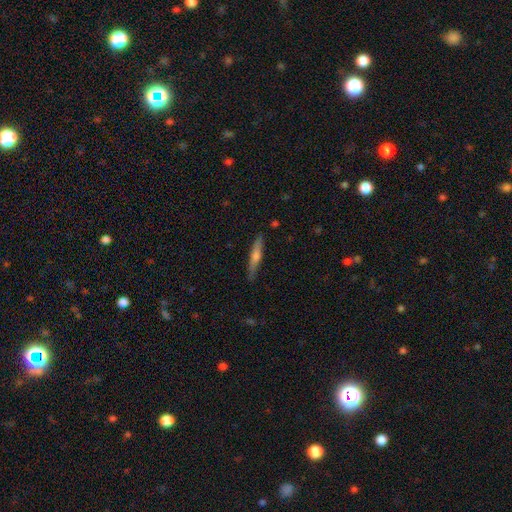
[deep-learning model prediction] A featured or disk galaxy (51%) viewed edge-on (95%).

Vote fractions:
- Smooth or featured? featured or disk: 51% / smooth: 43% / star or artifact: 6%
- Edge-on disk? yes: 95% / no: 5%
- Merging? none: 87% / minor disturbance: 10% / major disturbance: 2% / merger: 1%